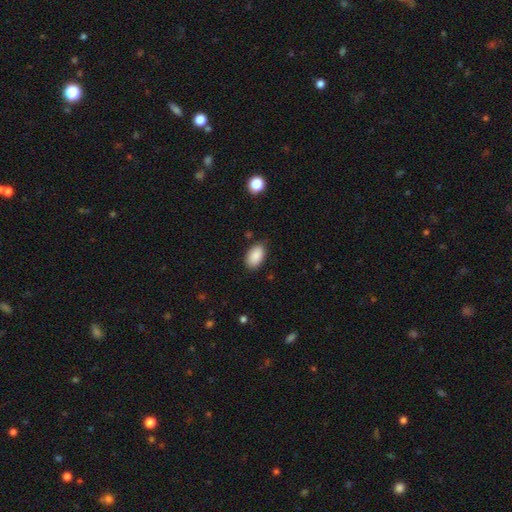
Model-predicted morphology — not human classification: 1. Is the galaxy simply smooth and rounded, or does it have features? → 89% smooth, 7% star or artifact, 4% featured or disk.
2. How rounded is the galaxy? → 93% in between, 5% round, 1% cigar-shaped.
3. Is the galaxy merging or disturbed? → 78% none, 17% minor disturbance, 3% major disturbance, 1% merger.